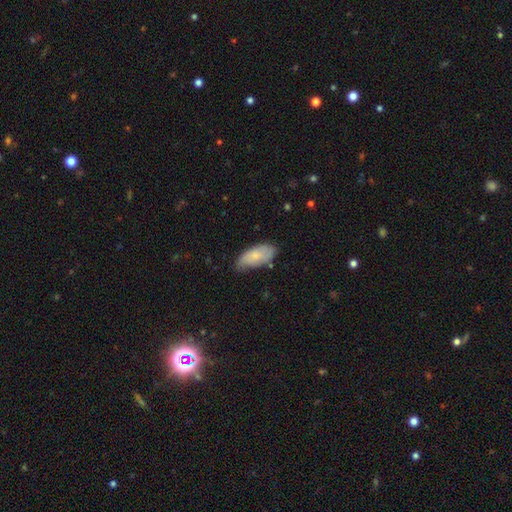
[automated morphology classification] Smooth or featured? smooth (68%)
How rounded? in between (91%)
Merging? none (61%)